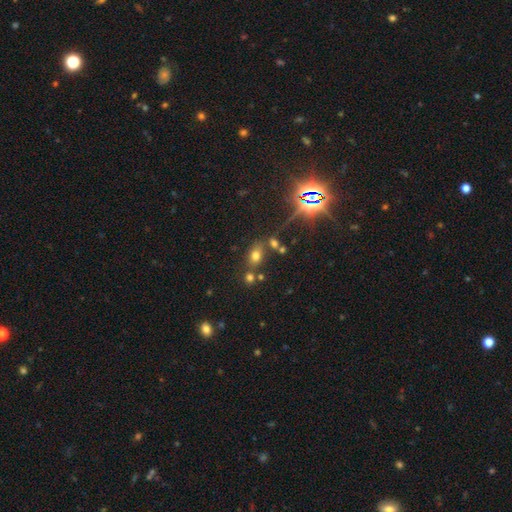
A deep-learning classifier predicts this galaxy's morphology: A smooth galaxy with no disk features (65%) that is in between round and cigar-shaped (71%). Merging: none (64%).